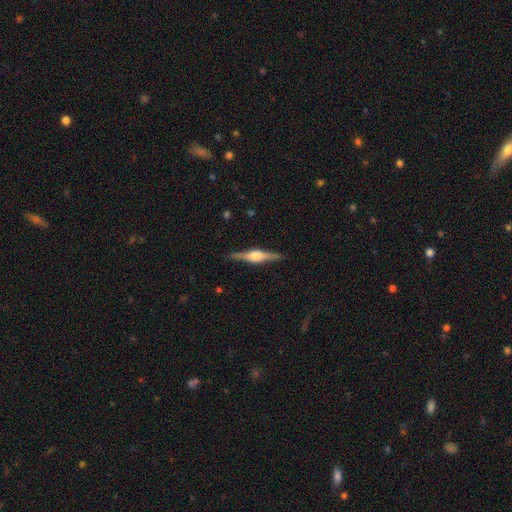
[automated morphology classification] type=featured or disk (79%); edge-on=yes (98%); edge-on bulge=rounded (85%); merging=none (89%).